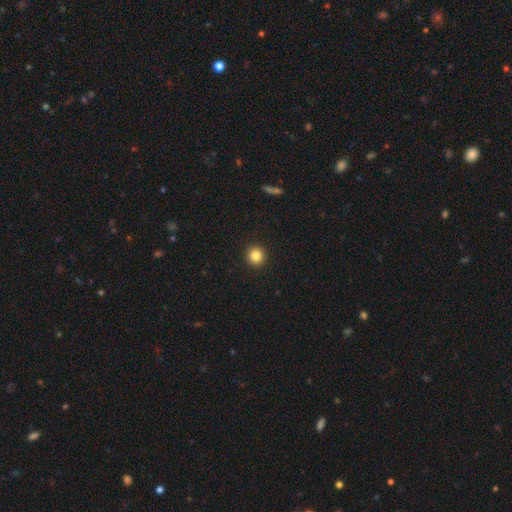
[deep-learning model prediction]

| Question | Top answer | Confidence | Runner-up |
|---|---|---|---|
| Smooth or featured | smooth | 84% | star or artifact (11%) |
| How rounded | round | 94% | in between (5%) |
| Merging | none | 94% | minor disturbance (4%) |